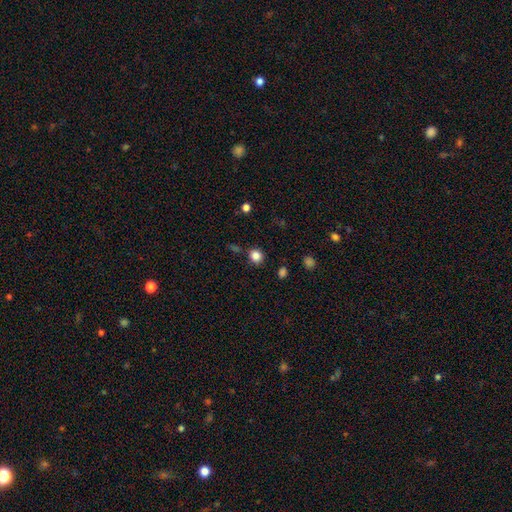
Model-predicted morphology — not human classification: Overall: smooth (84%). How rounded: round (81%). Merging: none (84%).